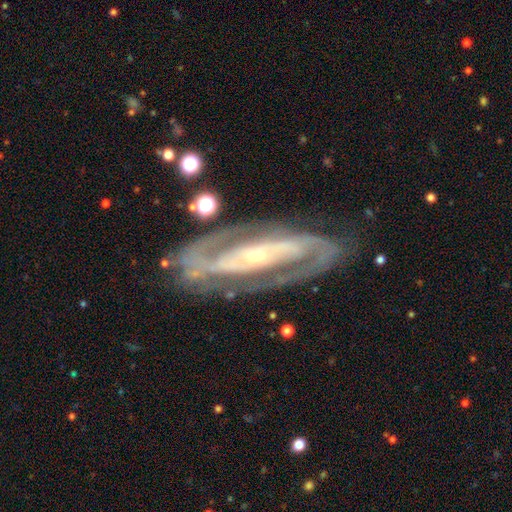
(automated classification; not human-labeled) Q: Smooth or featured?
A: featured or disk (89%); runner-up: star or artifact (6%)
Q: Edge-on disk?
A: no (90%); runner-up: yes (10%)
Q: Bar?
A: strong (49%); runner-up: no (30%)
Q: Spiral arms?
A: yes (94%); runner-up: no (6%)
Q: Spiral winding?
A: tight (49%); runner-up: medium (40%)
Q: Spiral arm count?
A: 2 (84%); runner-up: can't tell (7%)
Q: Bulge size?
A: small (73%); runner-up: moderate (22%)
Q: Merging?
A: none (79%); runner-up: minor disturbance (13%)